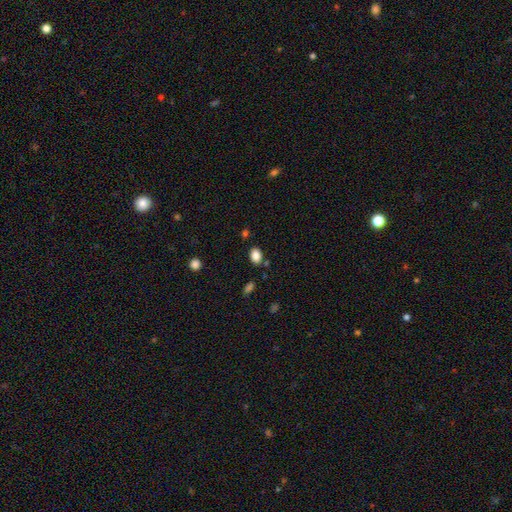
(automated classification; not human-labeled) A smooth galaxy with no disk features (86%) that is in between round and cigar-shaped (76%).

Vote fractions:
- Smooth or featured? smooth: 86% / star or artifact: 10% / featured or disk: 5%
- How rounded? in between: 76% / round: 23% / cigar-shaped: 1%
- Merging? none: 81% / minor disturbance: 11% / merger: 5% / major disturbance: 3%